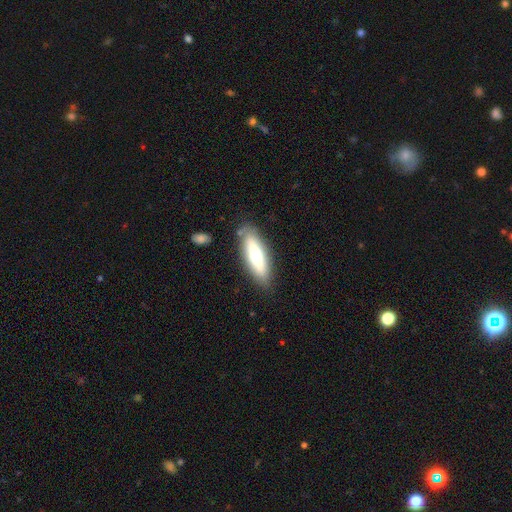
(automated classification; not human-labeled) Smooth or featured? Predicted: smooth (p=0.60). How rounded? Predicted: cigar-shaped (p=0.51). Merging? Predicted: none (p=0.81).